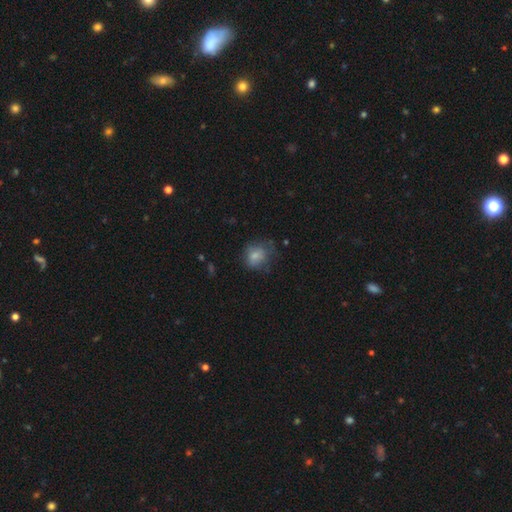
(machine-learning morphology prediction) Smooth or featured? Predicted: smooth (p=0.76). How rounded? Predicted: round (p=0.58). Merging? Predicted: none (p=0.56).